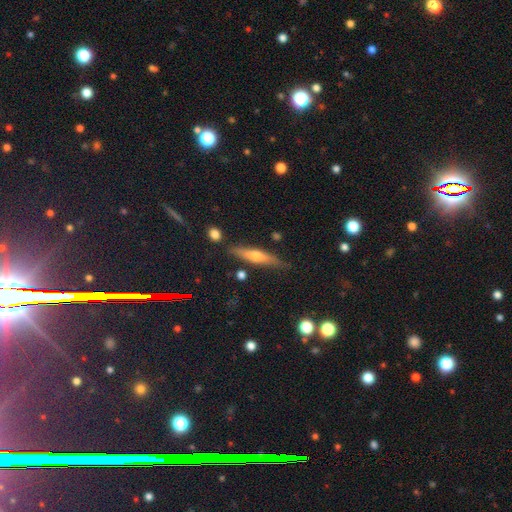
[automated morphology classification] smooth_or_featured: featured or disk (p=0.54) [alt: smooth p=0.38]
disk_edge_on: yes (p=0.93) [alt: no p=0.07]
edge_on_bulge: rounded (p=0.87) [alt: none p=0.08]
merging: none (p=0.83) [alt: minor disturbance p=0.12]